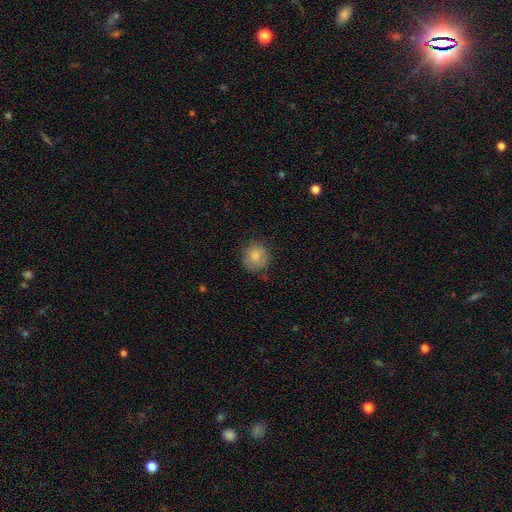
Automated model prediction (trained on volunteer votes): Overall: smooth (83%). How rounded: round (89%). Merging: none (75%).